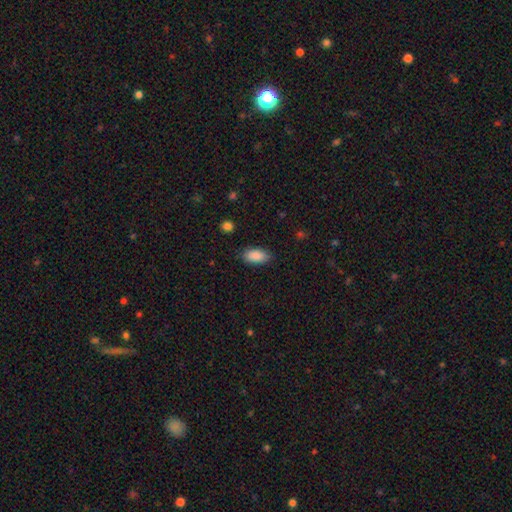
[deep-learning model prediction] A smooth galaxy with no disk features (89%) that is in between round and cigar-shaped (92%).

Vote fractions:
- Smooth or featured? smooth: 89% / star or artifact: 7% / featured or disk: 4%
- How rounded? in between: 92% / cigar-shaped: 5% / round: 3%
- Merging? none: 85% / minor disturbance: 11% / major disturbance: 3% / merger: 1%